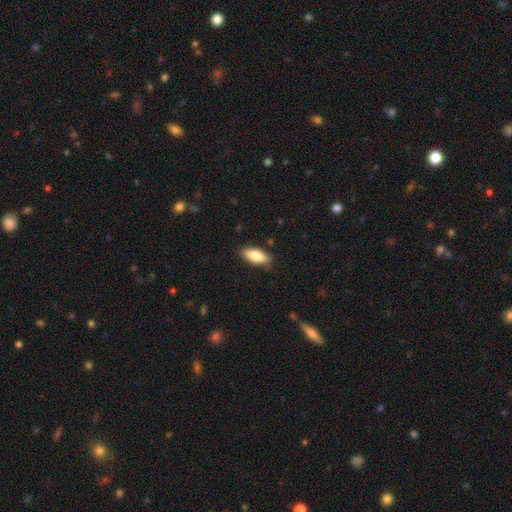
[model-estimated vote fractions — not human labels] Morphology: type=smooth (82%); roundness=in between (84%); merging=none (83%).